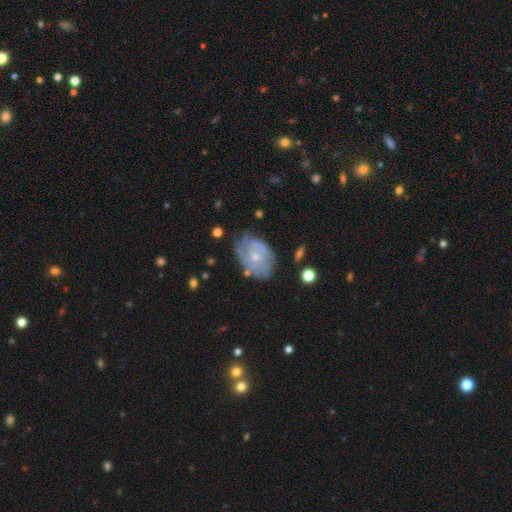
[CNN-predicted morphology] smooth_or_featured: featured or disk (p=0.66) [alt: smooth p=0.27]
disk_edge_on: no (p=0.96) [alt: yes p=0.04]
bar: no (p=0.82) [alt: weak p=0.15]
has_spiral_arms: yes (p=0.68) [alt: no p=0.32]
bulge_size: small (p=0.69) [alt: moderate p=0.27]
merging: none (p=0.61) [alt: minor disturbance p=0.26]